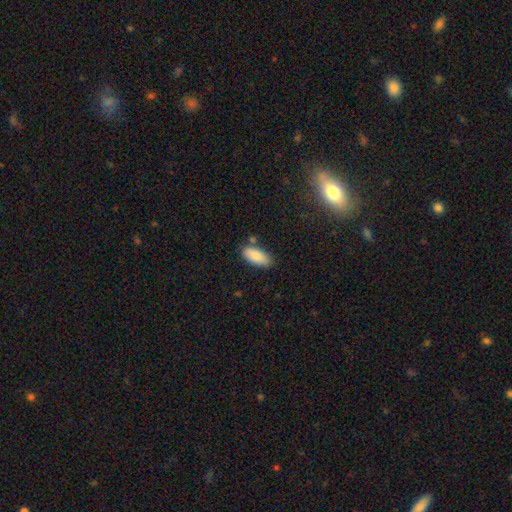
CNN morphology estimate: smooth_or_featured: smooth (p=0.85) [alt: featured or disk p=0.09]
how_rounded: in between (p=0.90) [alt: cigar-shaped p=0.08]
merging: none (p=0.75) [alt: minor disturbance p=0.16]